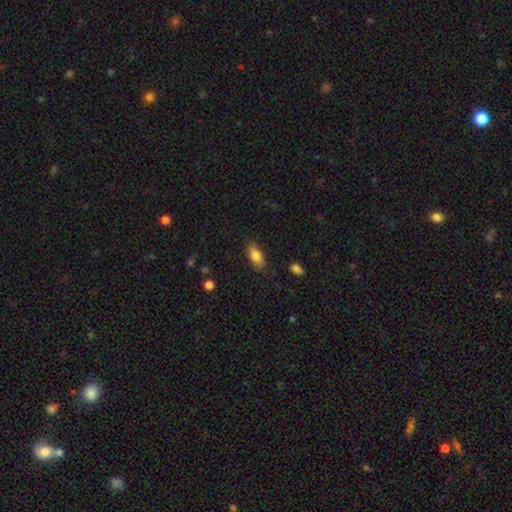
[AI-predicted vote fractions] This appears to be a smooth galaxy with no disk features (82%) that is in between round and cigar-shaped (87%). Merging: none (82%).